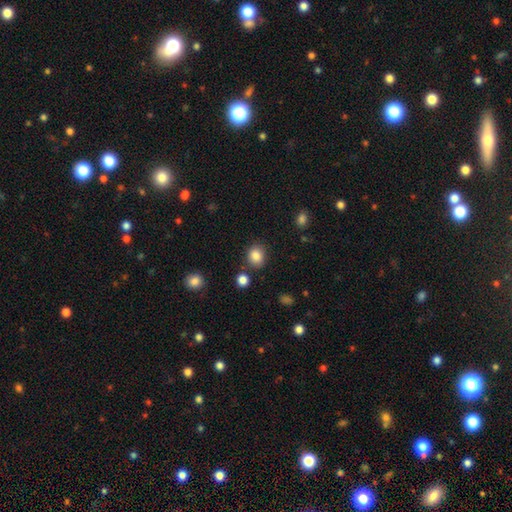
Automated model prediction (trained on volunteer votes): This appears to be a smooth galaxy with no disk features (86%) that is round (66%). Merging: none (81%).